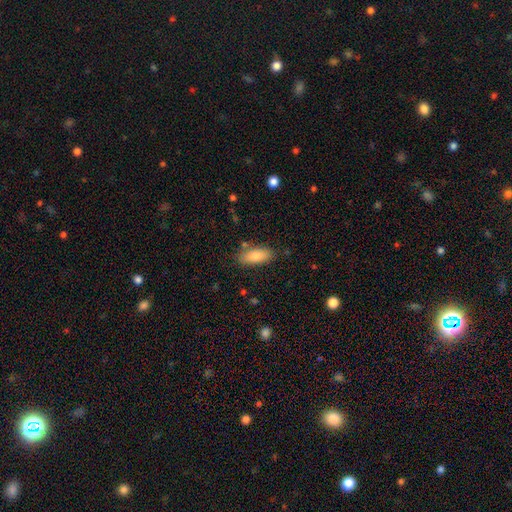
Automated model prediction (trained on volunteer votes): Smooth or featured? Predicted: smooth (p=0.80). How rounded? Predicted: in between (p=0.82). Merging? Predicted: none (p=0.81).